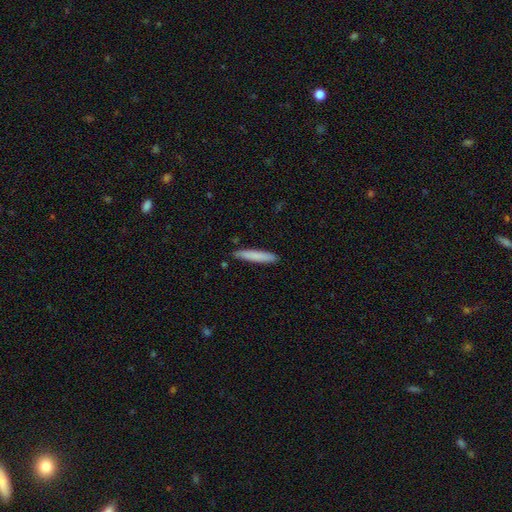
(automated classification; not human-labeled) Q: Smooth or featured?
A: smooth (81%); runner-up: featured or disk (13%)
Q: How rounded?
A: cigar-shaped (92%); runner-up: in between (6%)
Q: Merging?
A: none (88%); runner-up: minor disturbance (9%)